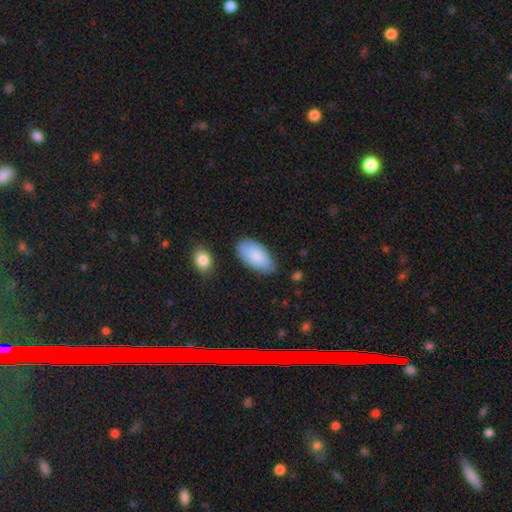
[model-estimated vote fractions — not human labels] Morphology: type=smooth (85%); roundness=in between (95%); merging=none (79%).